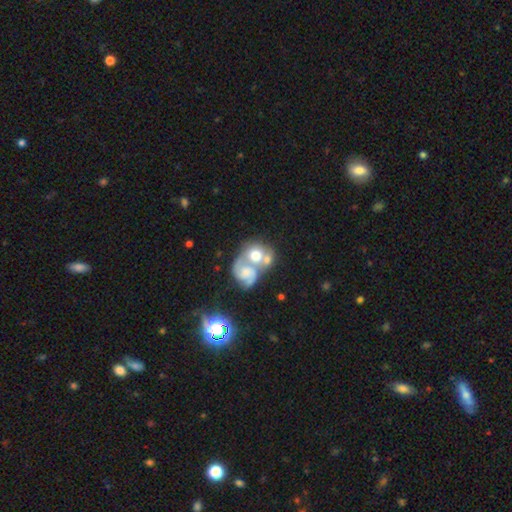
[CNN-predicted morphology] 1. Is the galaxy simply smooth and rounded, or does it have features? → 54% featured or disk, 37% smooth, 9% star or artifact.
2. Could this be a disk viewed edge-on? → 97% no, 3% yes.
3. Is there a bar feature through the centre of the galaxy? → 71% no, 23% weak, 6% strong.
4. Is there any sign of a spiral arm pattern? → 73% yes, 27% no.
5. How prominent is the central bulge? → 48% moderate, 22% small, 18% large, 8% none, 3% dominant.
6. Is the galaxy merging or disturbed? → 69% merger, 19% none, 7% minor disturbance, 6% major disturbance.